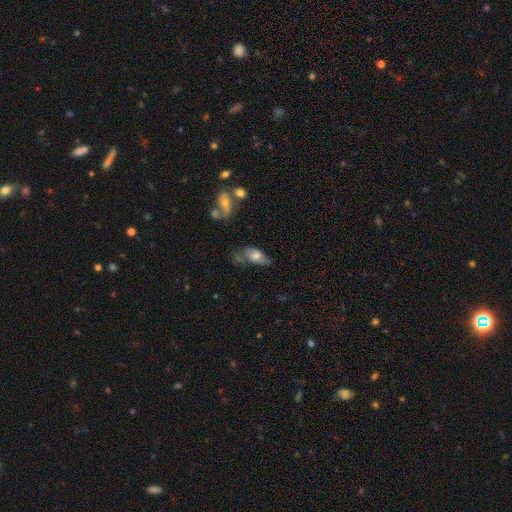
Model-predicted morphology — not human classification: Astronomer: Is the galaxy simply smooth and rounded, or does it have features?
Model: smooth — 65%.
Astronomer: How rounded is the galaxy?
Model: in between — 85%.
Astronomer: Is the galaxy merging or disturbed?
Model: none — 34% (runner-up: minor disturbance, 33%).